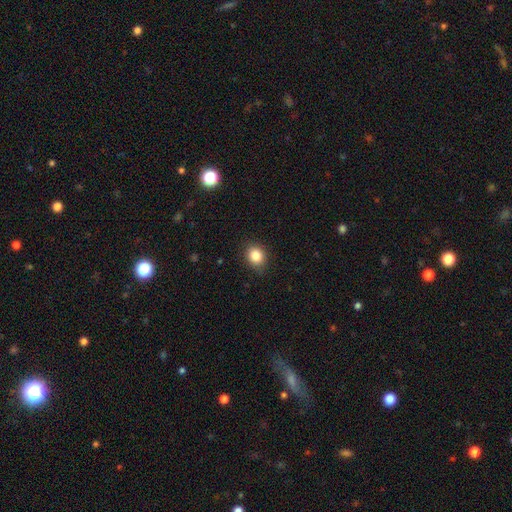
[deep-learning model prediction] This is clearly a smooth galaxy (85%). How rounded: likely round (68%). Merging: clearly none (85%).